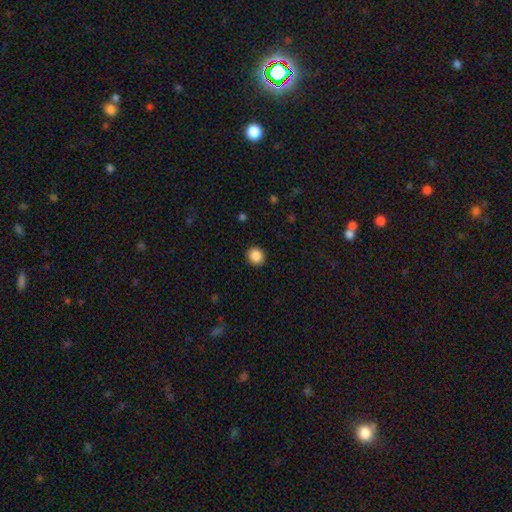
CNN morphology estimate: smooth-or-featured: smooth: 88% | star or artifact: 9% | featured or disk: 3%
  how-rounded: round: 82% | in between: 17% | cigar-shaped: 1%
  merging: none: 90% | minor disturbance: 7% | major disturbance: 2% | merger: 1%